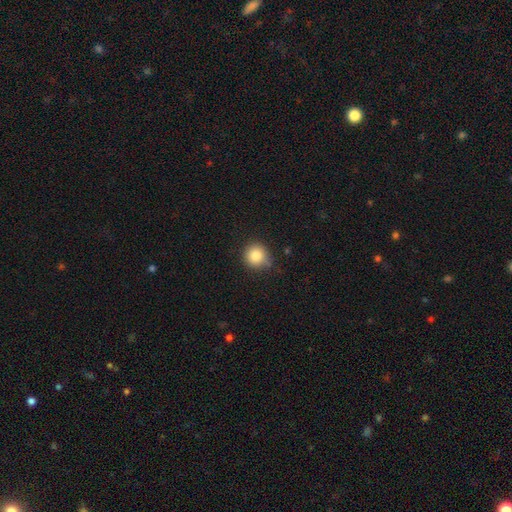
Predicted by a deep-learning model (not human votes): The model was most divided on "merging": none: 78%, minor disturbance: 17%, major disturbance: 3%, merger: 2%. More confident: how rounded — round (93%); smooth or featured — smooth (83%).